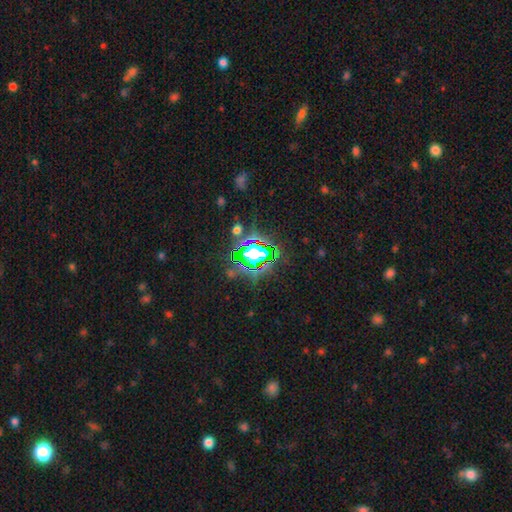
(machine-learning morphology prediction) A star or artifact, not a galaxy (72%).

Vote fractions:
- Smooth or featured? star or artifact: 72% / smooth: 15% / featured or disk: 12%